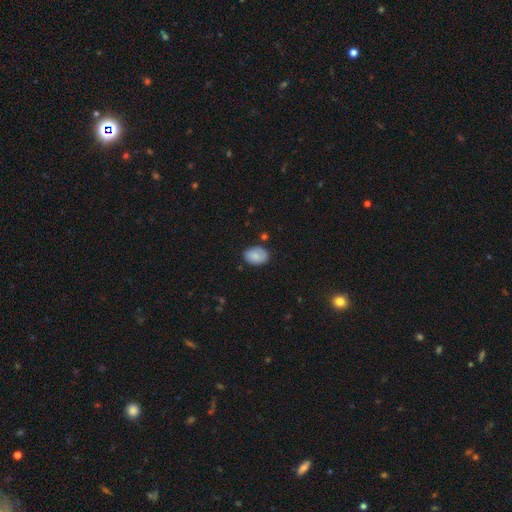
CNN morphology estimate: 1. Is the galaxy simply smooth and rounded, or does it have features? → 83% smooth, 10% featured or disk, 8% star or artifact.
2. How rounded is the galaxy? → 75% in between, 24% round, 1% cigar-shaped.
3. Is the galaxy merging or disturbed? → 77% none, 17% minor disturbance, 3% major disturbance, 2% merger.